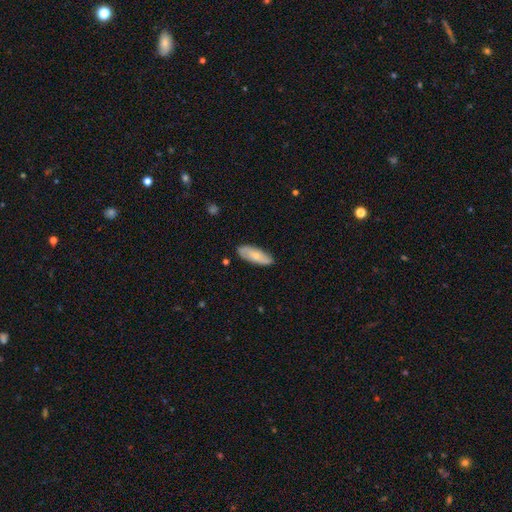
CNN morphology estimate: This appears to be a smooth galaxy with no disk features (59%) that is in between round and cigar-shaped (69%). Merging: none (82%).